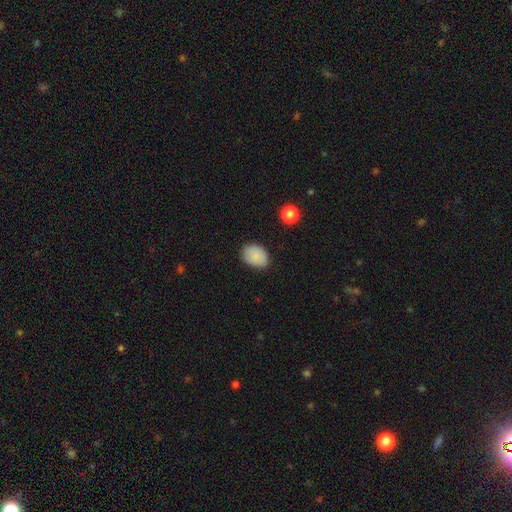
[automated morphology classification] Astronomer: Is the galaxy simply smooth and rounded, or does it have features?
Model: smooth — 87%.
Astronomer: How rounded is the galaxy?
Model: in between — 76%.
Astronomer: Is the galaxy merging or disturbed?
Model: none — 79%.